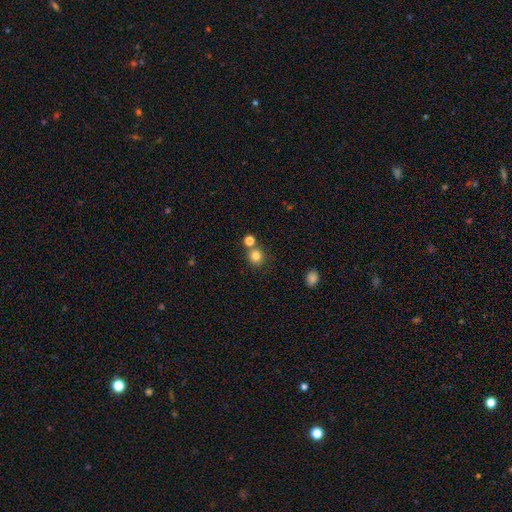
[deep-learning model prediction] Smooth or featured? smooth (81%)
How rounded? round (85%)
Merging? none (68%)